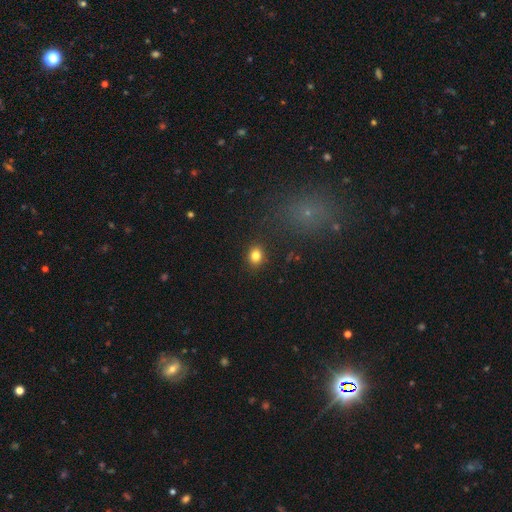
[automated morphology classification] Overall: smooth (82%). How rounded: round (59%; in between 41%). Merging: none (88%).